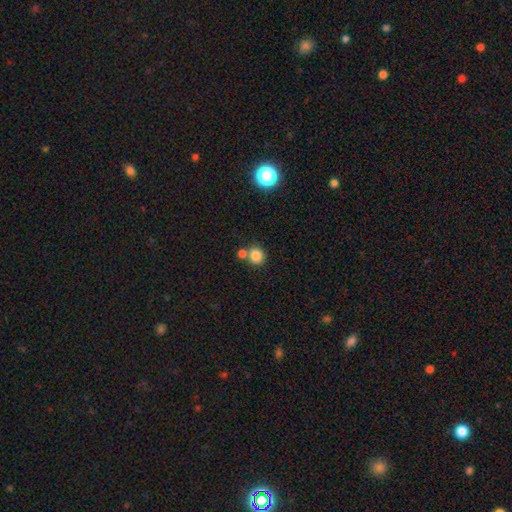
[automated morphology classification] Smooth or featured?
  - smooth: 83% *
  - star or artifact: 11%
  - featured or disk: 6%
How rounded?
  - round: 88% *
  - in between: 11%
  - cigar-shaped: 1%
Merging?
  - none: 61% *
  - merger: 27%
  - minor disturbance: 9%
  - major disturbance: 3%